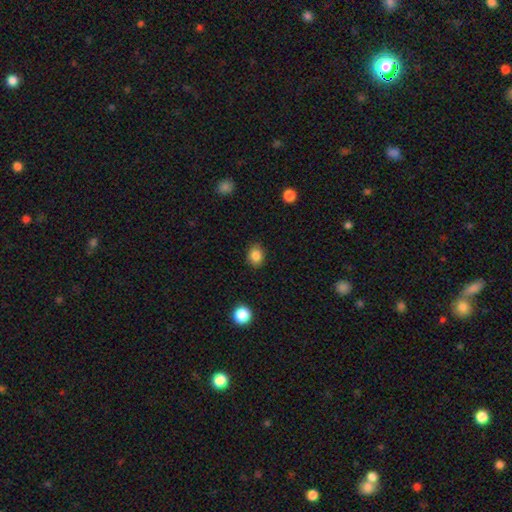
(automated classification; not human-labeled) A smooth galaxy with no disk features (85%) that is round (57%). Merging: none (86%).